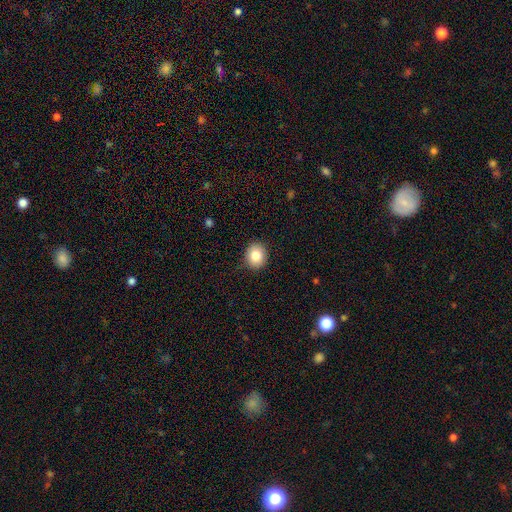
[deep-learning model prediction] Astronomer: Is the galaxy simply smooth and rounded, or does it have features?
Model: smooth — 83%.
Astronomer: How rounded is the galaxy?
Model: round — 73%.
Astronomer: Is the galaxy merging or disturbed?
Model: none — 86%.